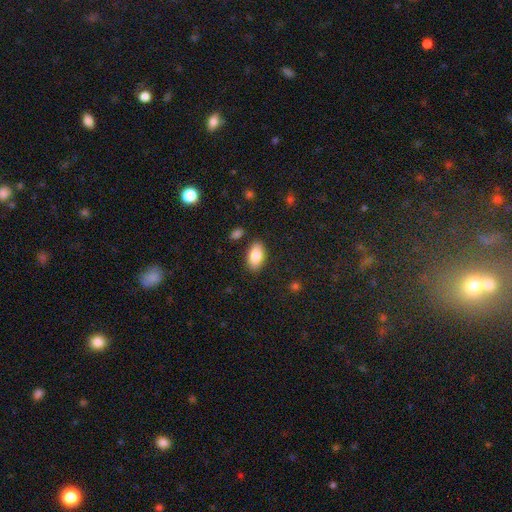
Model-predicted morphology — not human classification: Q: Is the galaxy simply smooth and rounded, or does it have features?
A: smooth — 86%.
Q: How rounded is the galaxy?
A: in between — 93%.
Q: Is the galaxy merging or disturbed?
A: none — 85%.